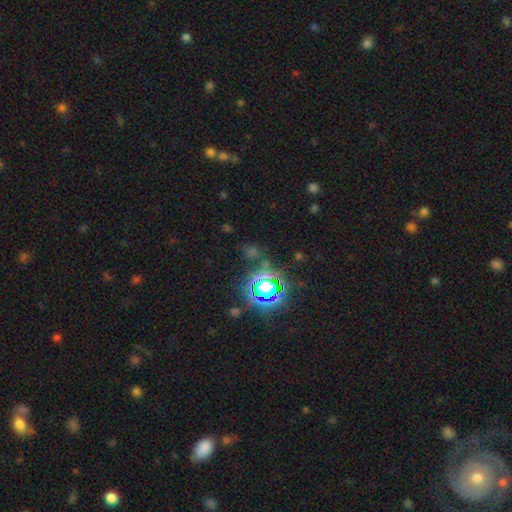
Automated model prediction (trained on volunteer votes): star or artifact 74%, smooth 19%, featured or disk 8%.